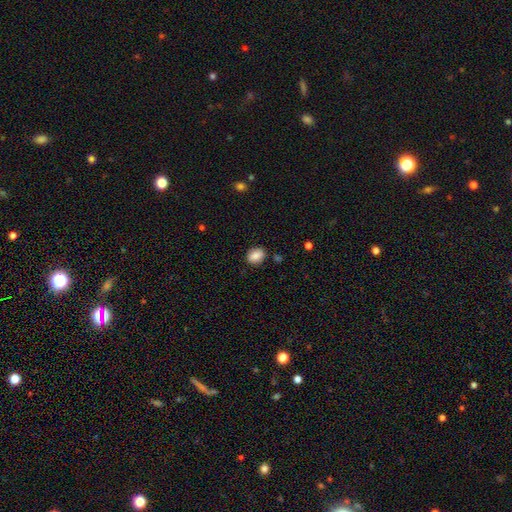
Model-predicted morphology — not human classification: A smooth galaxy with no disk features (86%) that is in between round and cigar-shaped (58%).

Vote fractions:
- Smooth or featured? smooth: 86% / star or artifact: 8% / featured or disk: 5%
- How rounded? in between: 58% / round: 41% / cigar-shaped: 1%
- Merging? none: 85% / minor disturbance: 10% / major disturbance: 2% / merger: 2%